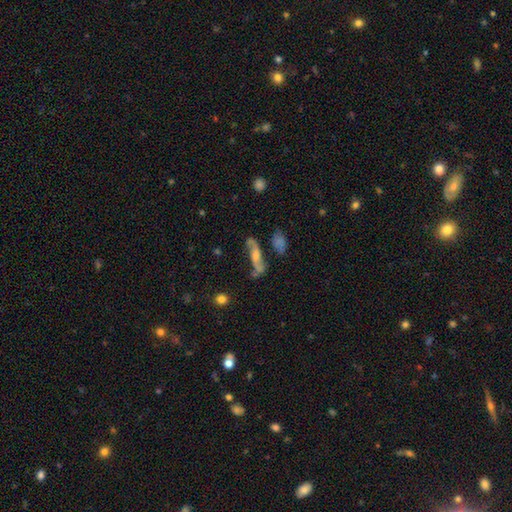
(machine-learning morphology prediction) Overall: featured or disk (62%). Edge-on disk: no (72%). Merging: none (50%; minor disturbance 18%).